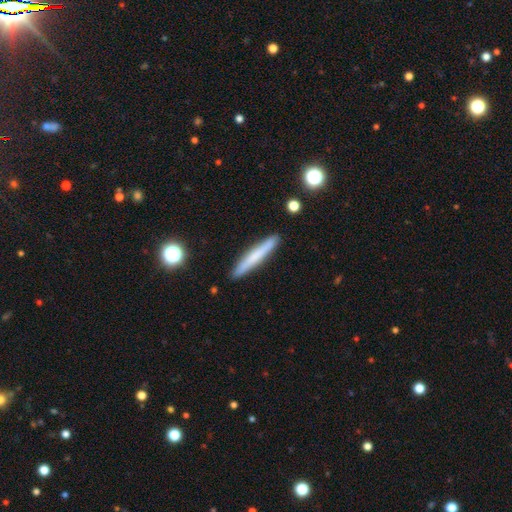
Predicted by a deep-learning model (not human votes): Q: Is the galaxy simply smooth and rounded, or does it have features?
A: smooth — 65%.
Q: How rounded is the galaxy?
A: cigar-shaped — 95%.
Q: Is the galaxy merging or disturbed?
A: none — 90%.